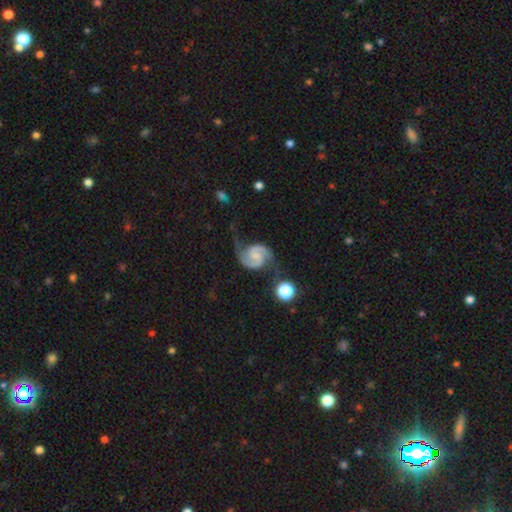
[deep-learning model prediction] This appears to be a featured or disk galaxy (89%) with a weak bar (47%), 2 (94%) medium (57%) spiral arms (98%) and no central bulge (40%). Merging: none (65%).